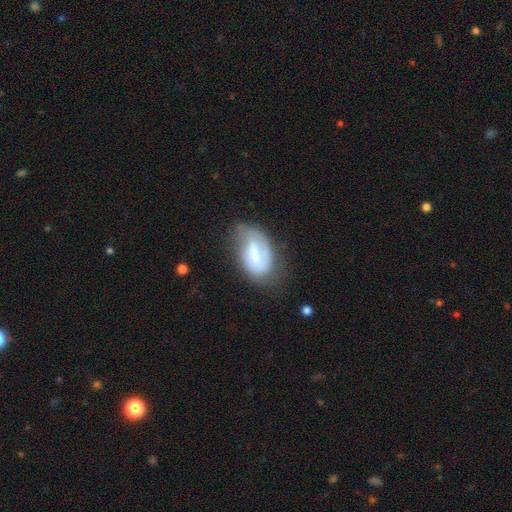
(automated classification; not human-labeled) featured or disk 49%, smooth 43%, star or artifact 7%. Down the decision tree: merging — none (47%).